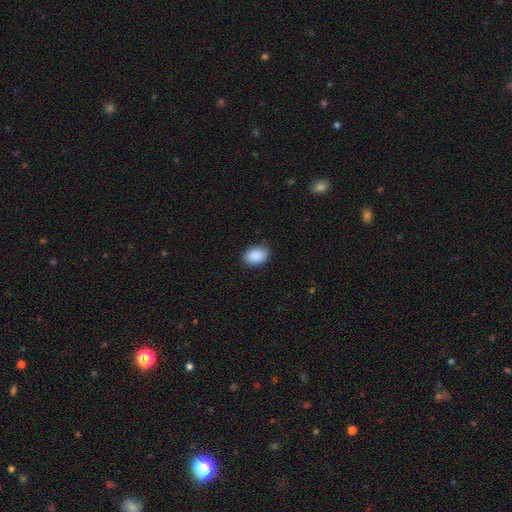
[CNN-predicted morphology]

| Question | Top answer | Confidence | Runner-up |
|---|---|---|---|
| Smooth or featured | smooth | 90% | star or artifact (7%) |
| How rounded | in between | 83% | round (16%) |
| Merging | none | 86% | minor disturbance (10%) |